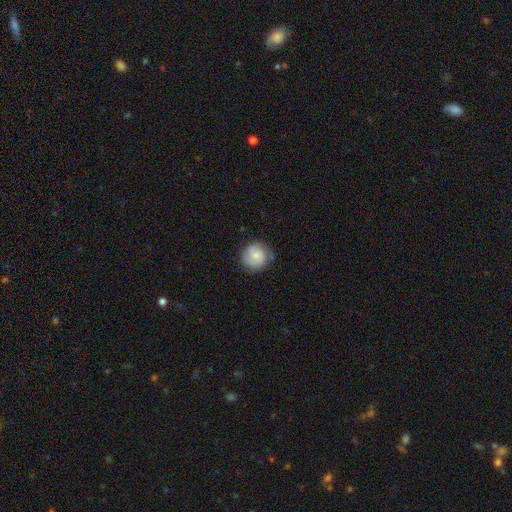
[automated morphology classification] type=smooth (61%); roundness=round (89%); merging=none (76%).